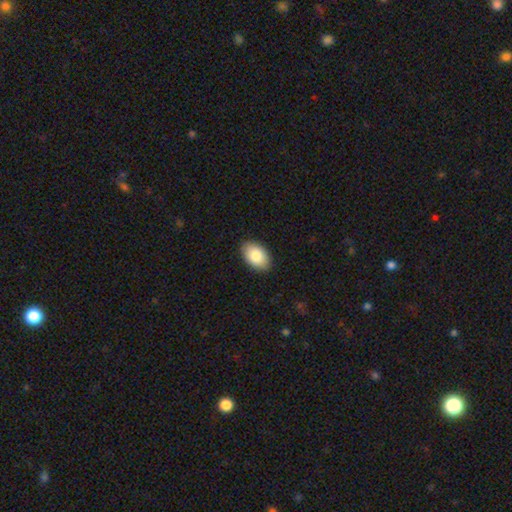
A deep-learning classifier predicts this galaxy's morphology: smooth-or-featured: smooth: 85% | featured or disk: 9% | star or artifact: 6%
  how-rounded: in between: 92% | round: 7% | cigar-shaped: 1%
  merging: none: 89% | minor disturbance: 9% | major disturbance: 2% | merger: 1%